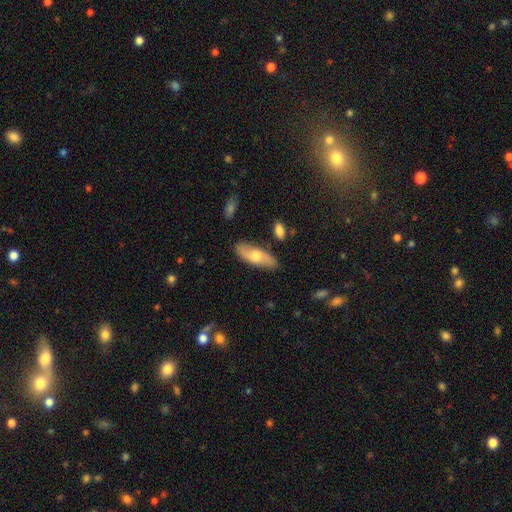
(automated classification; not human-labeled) The model was most divided on "smooth or featured": smooth: 56%, featured or disk: 38%, star or artifact: 6%. More confident: merging — none (82%); how rounded — in between (72%).